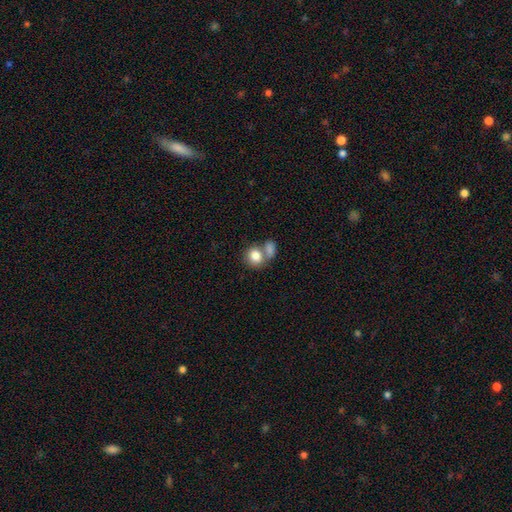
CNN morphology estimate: A smooth galaxy with no disk features (81%) that is round (66%).

Vote fractions:
- Smooth or featured? smooth: 81% / featured or disk: 11% / star or artifact: 8%
- How rounded? round: 66% / in between: 33% / cigar-shaped: 1%
- Merging? merger: 47% / none: 39% / minor disturbance: 9% / major disturbance: 5%